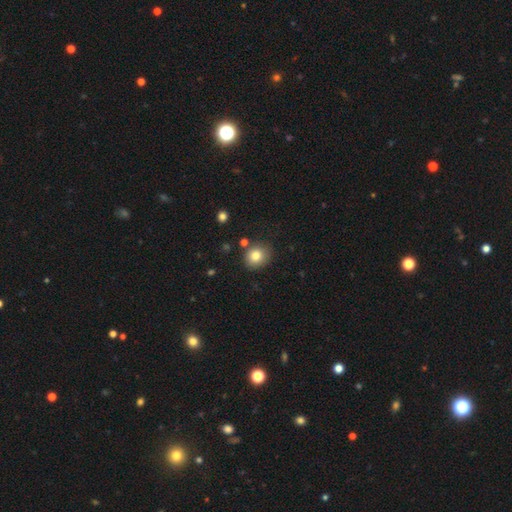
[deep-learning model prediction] smooth-or-featured: smooth: 81% | star or artifact: 11% | featured or disk: 8%
  how-rounded: round: 76% | in between: 23% | cigar-shaped: 1%
  merging: none: 81% | minor disturbance: 11% | merger: 5% | major disturbance: 3%